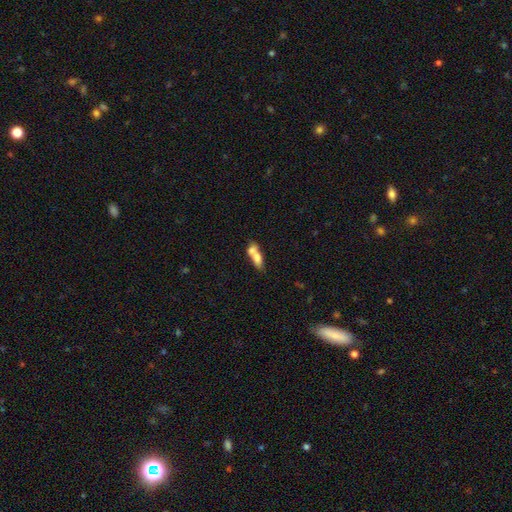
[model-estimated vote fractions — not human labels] Overall: smooth (65%; featured or disk 26%). How rounded: in between (66%). Merging: merger (64%).